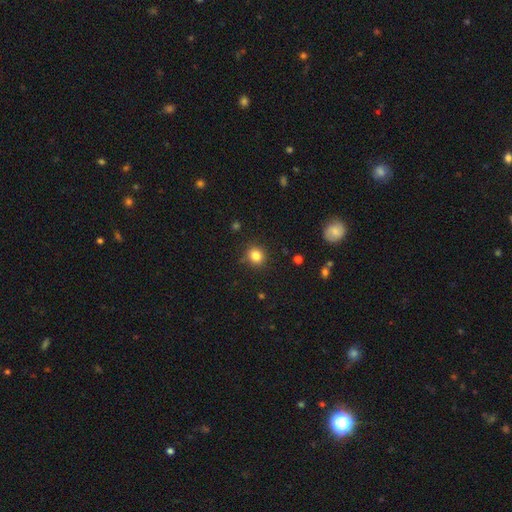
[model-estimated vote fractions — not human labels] A smooth galaxy with no disk features (83%) that is round (86%).

Vote fractions:
- Smooth or featured? smooth: 83% / star or artifact: 12% / featured or disk: 5%
- How rounded? round: 86% / in between: 13% / cigar-shaped: 1%
- Merging? none: 86% / minor disturbance: 9% / major disturbance: 3% / merger: 2%